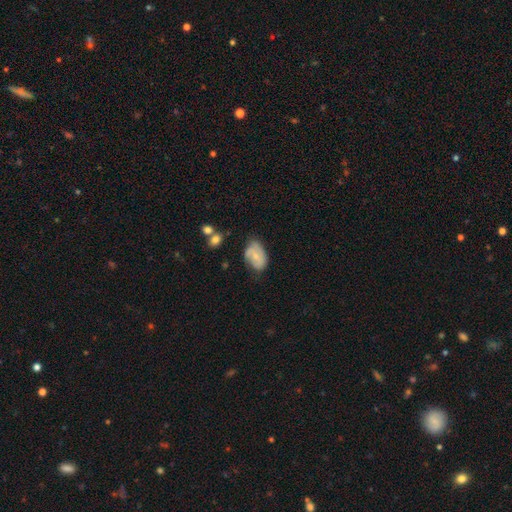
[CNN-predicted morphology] A smooth galaxy with no disk features (52%) that is in between round and cigar-shaped (86%).

Vote fractions:
- Smooth or featured? smooth: 52% / featured or disk: 41% / star or artifact: 7%
- How rounded? in between: 86% / round: 12% / cigar-shaped: 1%
- Merging? none: 48% / minor disturbance: 37% / major disturbance: 12% / merger: 3%